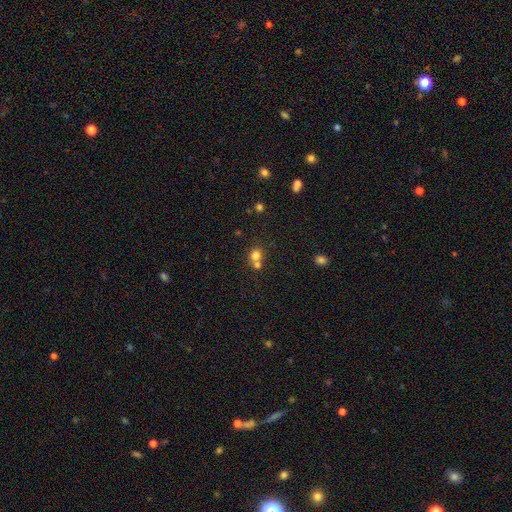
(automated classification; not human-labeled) Smooth or featured: smooth — 76% (star or artifact — 14%)
How rounded: round — 82% (in between — 17%)
Merging: merger — 49% (none — 43%)